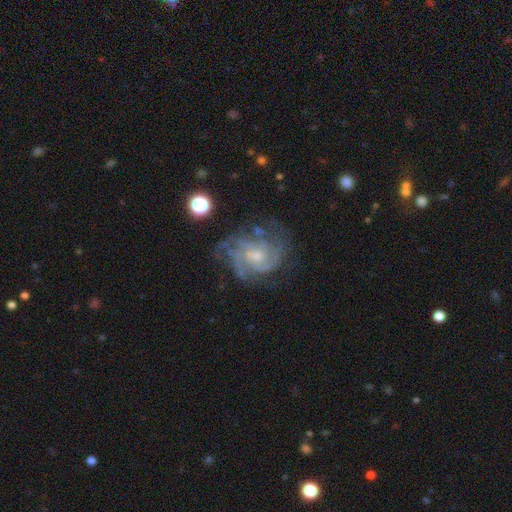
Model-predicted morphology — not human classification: Overall: featured or disk (86%). Edge-on disk: no (98%). Bar: no (62%; weak 33%). Spiral arms: yes (96%). Spiral arm count: 3 (28%; can't tell 27%). Spiral winding: tight (55%; medium 37%). Bulge size: small (52%; moderate 38%). Merging: none (63%).